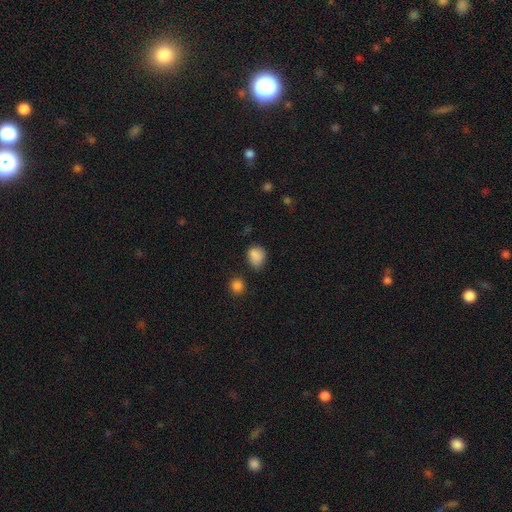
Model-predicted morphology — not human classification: Q: Smooth or featured?
A: smooth (84%); runner-up: star or artifact (11%)
Q: How rounded?
A: in between (50%); runner-up: round (49%)
Q: Merging?
A: none (60%); runner-up: minor disturbance (28%)